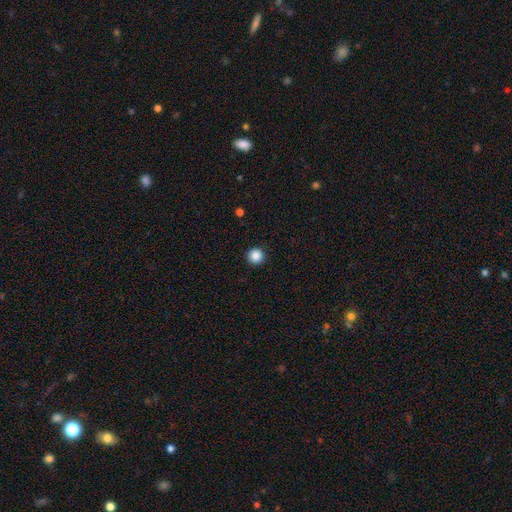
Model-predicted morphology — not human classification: This appears to be a smooth galaxy with no disk features (87%) that is round (96%). Merging: none (93%).